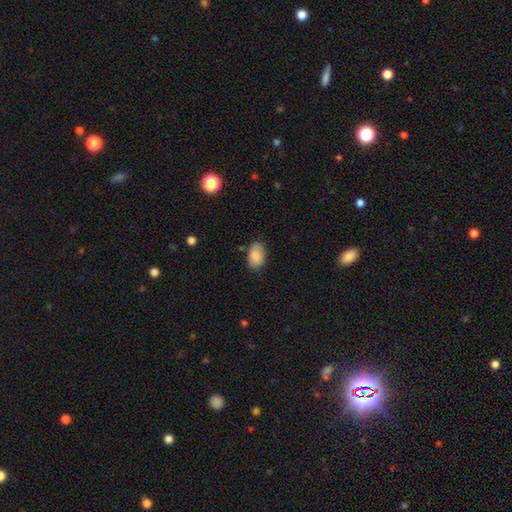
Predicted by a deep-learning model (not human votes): Smooth or featured? Predicted: smooth (p=0.86). How rounded? Predicted: in between (p=0.90). Merging? Predicted: none (p=0.78).